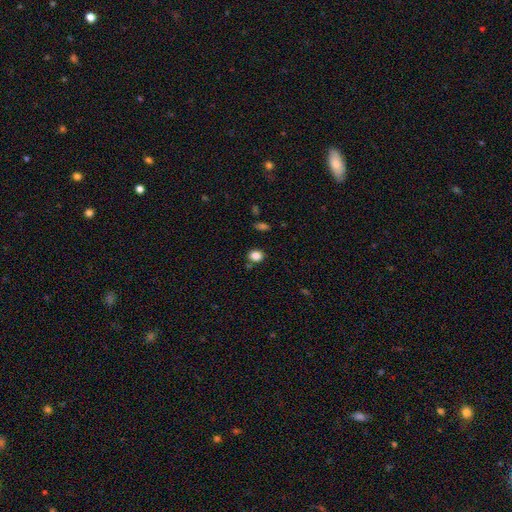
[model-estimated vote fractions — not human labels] This is clearly a smooth galaxy (84%). How rounded: possibly round (56%). Merging: likely none (78%).